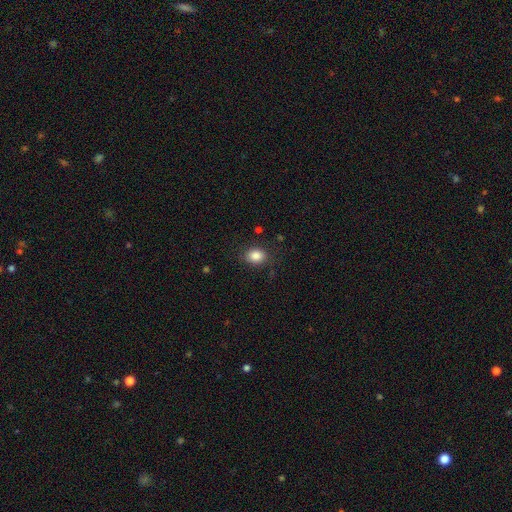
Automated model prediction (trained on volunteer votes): smooth 86%, star or artifact 10%, featured or disk 5%. Down the decision tree: how rounded — in between (52%); merging — none (82%).